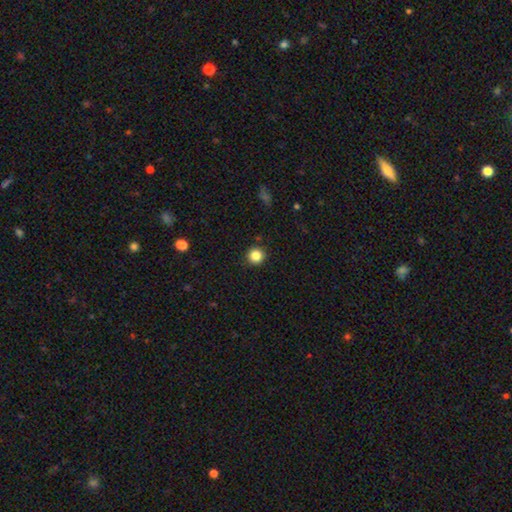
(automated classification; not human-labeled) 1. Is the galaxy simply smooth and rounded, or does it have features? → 84% smooth, 11% star or artifact, 4% featured or disk.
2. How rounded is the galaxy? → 94% round, 5% in between, 1% cigar-shaped.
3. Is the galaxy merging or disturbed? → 92% none, 5% minor disturbance, 2% major disturbance, 1% merger.